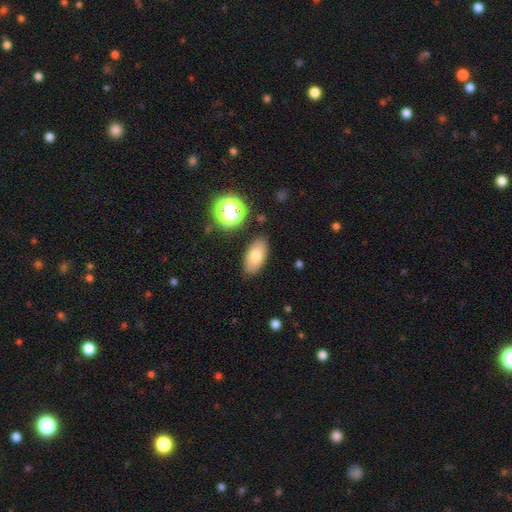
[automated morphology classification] A smooth galaxy with no disk features (73%) that is in between round and cigar-shaped (90%).

Vote fractions:
- Smooth or featured? smooth: 73% / featured or disk: 18% / star or artifact: 9%
- How rounded? in between: 90% / round: 5% / cigar-shaped: 4%
- Merging? none: 83% / minor disturbance: 11% / major disturbance: 3% / merger: 3%